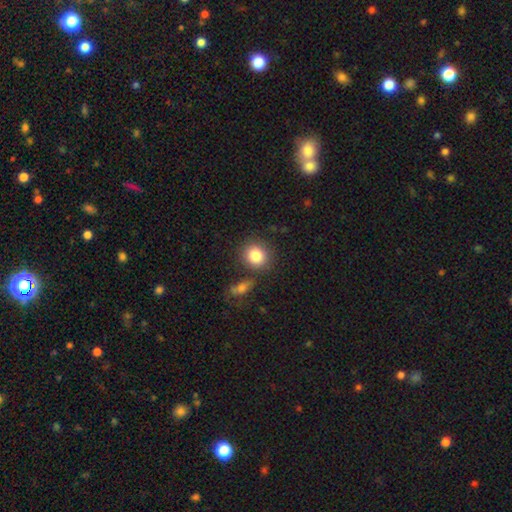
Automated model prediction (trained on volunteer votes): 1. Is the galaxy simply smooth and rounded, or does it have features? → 85% smooth, 8% star or artifact, 6% featured or disk.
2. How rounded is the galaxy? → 81% round, 18% in between, 1% cigar-shaped.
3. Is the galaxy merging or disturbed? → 75% none, 11% minor disturbance, 10% merger, 4% major disturbance.